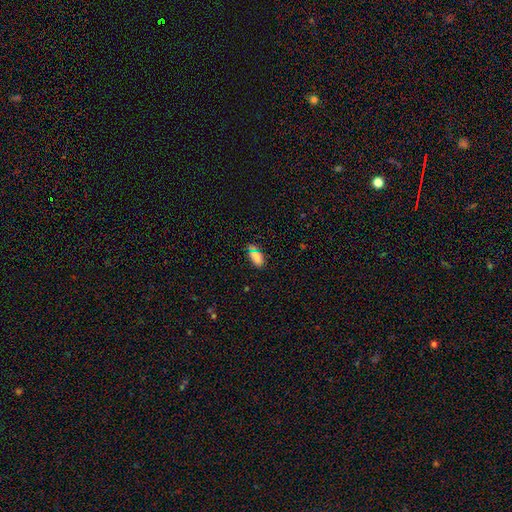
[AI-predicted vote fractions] A smooth galaxy with no disk features (78%) that is in between round and cigar-shaped (90%).

Vote fractions:
- Smooth or featured? smooth: 78% / star or artifact: 17% / featured or disk: 5%
- How rounded? in between: 90% / cigar-shaped: 6% / round: 4%
- Merging? none: 77% / minor disturbance: 16% / major disturbance: 4% / merger: 3%